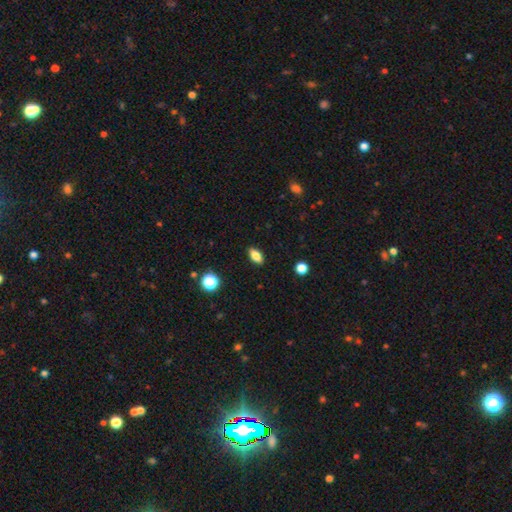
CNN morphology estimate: A smooth galaxy with no disk features (82%) that is in between round and cigar-shaped (87%).

Vote fractions:
- Smooth or featured? smooth: 82% / star or artifact: 9% / featured or disk: 8%
- How rounded? in between: 87% / cigar-shaped: 7% / round: 6%
- Merging? none: 89% / minor disturbance: 8% / major disturbance: 2% / merger: 1%